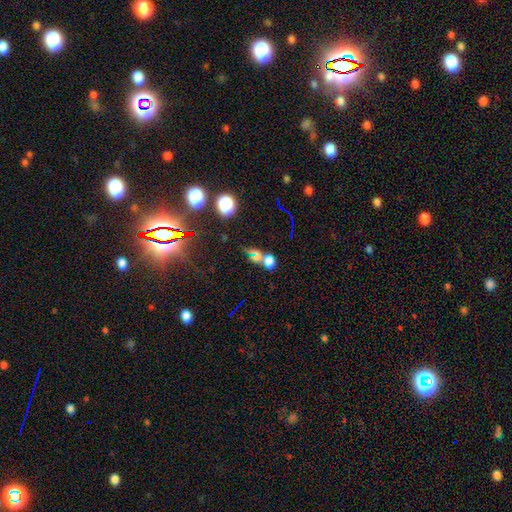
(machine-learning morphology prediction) smooth_or_featured: smooth (p=0.58) [alt: star or artifact p=0.24]
how_rounded: in between (p=0.51) [alt: round p=0.44]
merging: merger (p=0.54) [alt: none p=0.30]